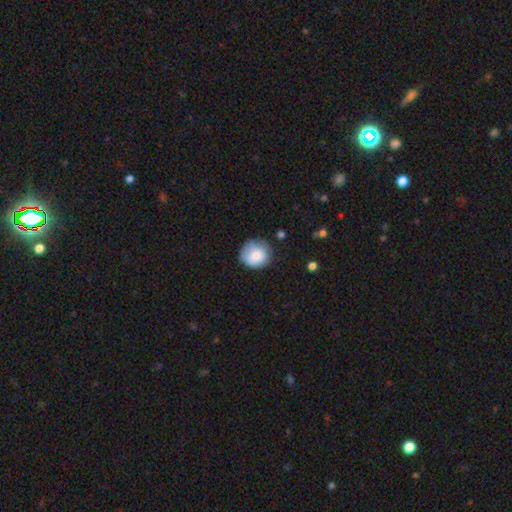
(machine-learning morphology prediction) This appears to be a smooth galaxy with no disk features (80%) that is round (87%). Merging: none (67%).